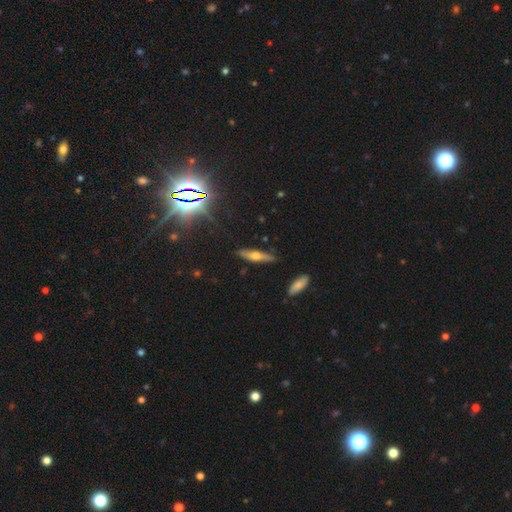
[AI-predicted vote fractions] The model was most divided on "smooth or featured": featured or disk: 49%, smooth: 41%, star or artifact: 10%. More confident: merging — none (86%).